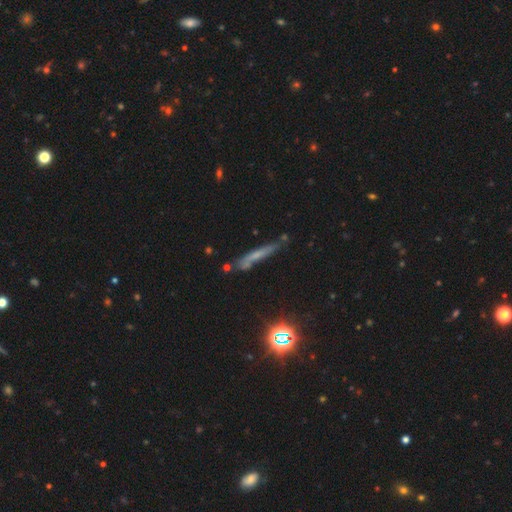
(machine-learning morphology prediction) A smooth galaxy with no disk features (45%). Merging: none (66%).